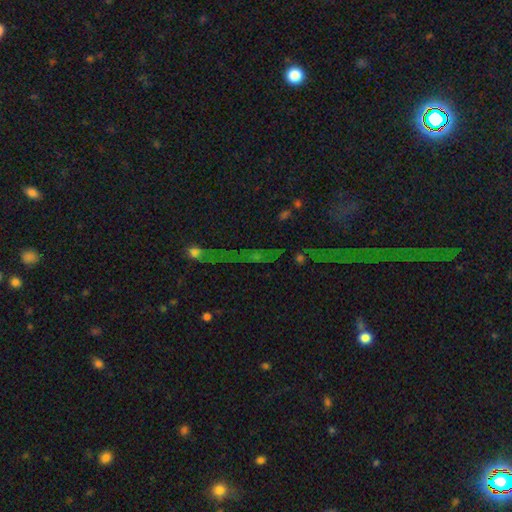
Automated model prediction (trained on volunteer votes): Q: Smooth or featured?
A: star or artifact (70%); runner-up: featured or disk (16%)